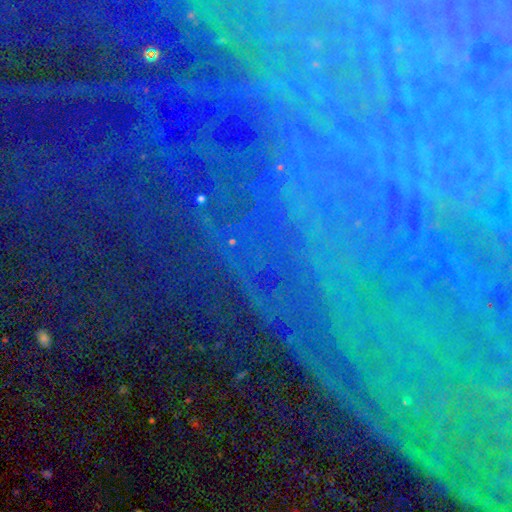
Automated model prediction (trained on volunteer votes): star or artifact 82%, featured or disk 9%, smooth 8%.